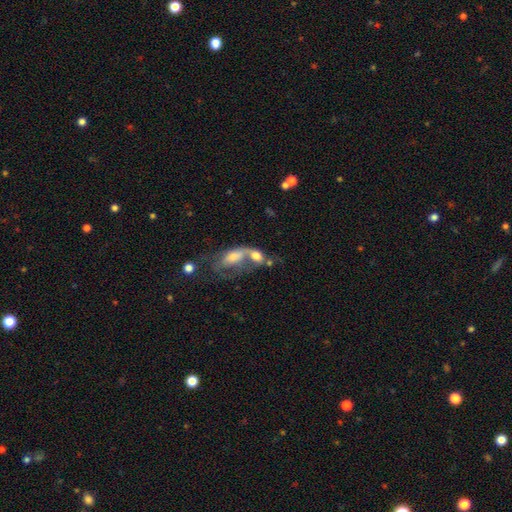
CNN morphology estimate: A smooth galaxy with no disk features (58%) that is in between round and cigar-shaped (75%). Merging: merger (70%).